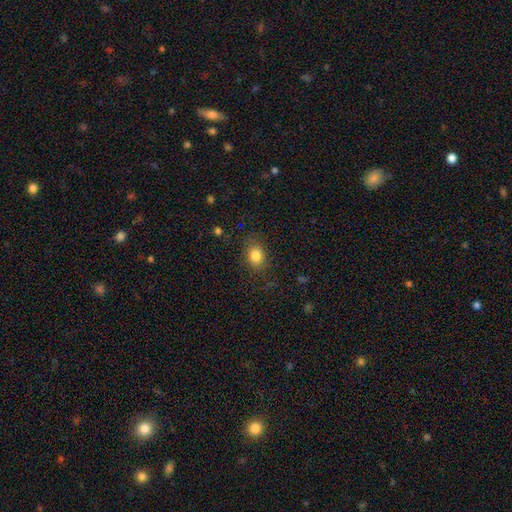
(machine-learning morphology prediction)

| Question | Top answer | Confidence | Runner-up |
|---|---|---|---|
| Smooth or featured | smooth | 82% | star or artifact (11%) |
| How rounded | in between | 52% | round (47%) |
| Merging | none | 81% | minor disturbance (13%) |